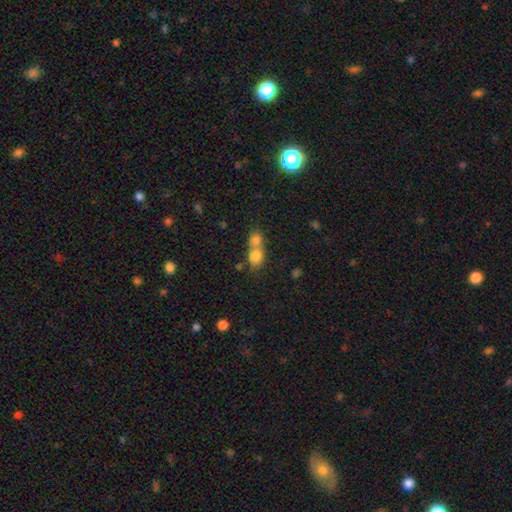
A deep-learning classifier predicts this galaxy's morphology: smooth 78%, featured or disk 12%, star or artifact 10%. Down the decision tree: how rounded — round (55%); merging — merger (67%).